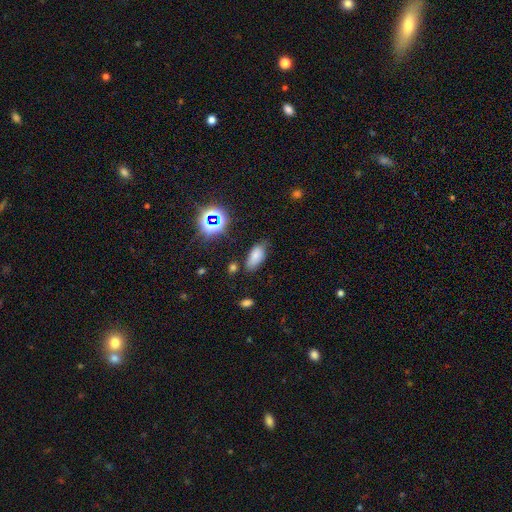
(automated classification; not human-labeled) Smooth or featured: smooth — 74% (star or artifact — 16%)
How rounded: in between — 89% (cigar-shaped — 7%)
Merging: none — 68% (minor disturbance — 22%)